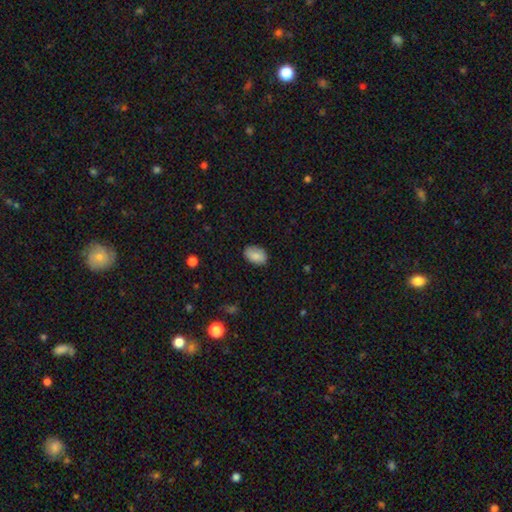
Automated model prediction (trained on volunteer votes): smooth_or_featured: smooth (p=0.86) [alt: star or artifact p=0.07]
how_rounded: in between (p=0.87) [alt: round p=0.11]
merging: none (p=0.82) [alt: minor disturbance p=0.14]